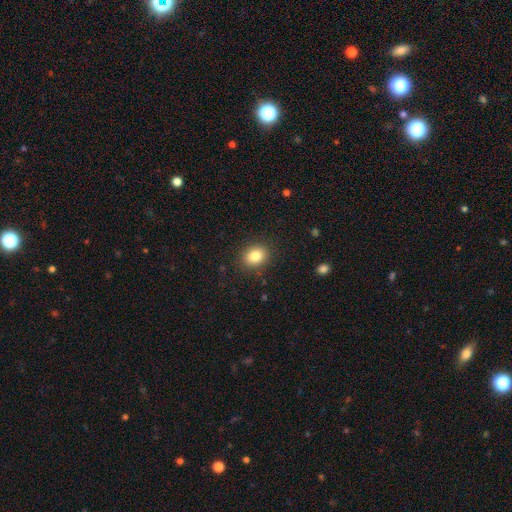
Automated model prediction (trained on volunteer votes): Morphology: type=smooth (84%); roundness=round (55%); merging=none (88%).